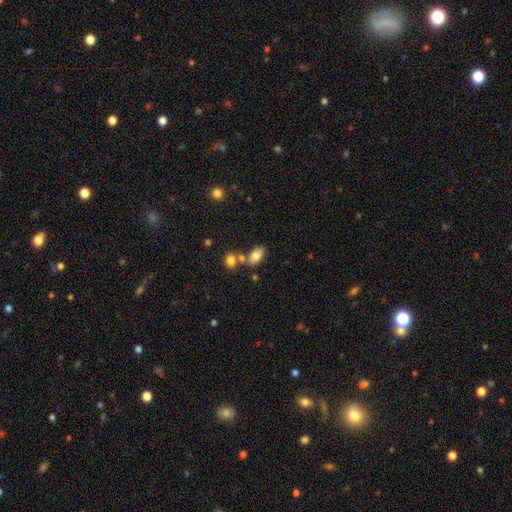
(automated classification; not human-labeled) A smooth galaxy with no disk features (80%) that is in between round and cigar-shaped (91%). Merging: none (59%).